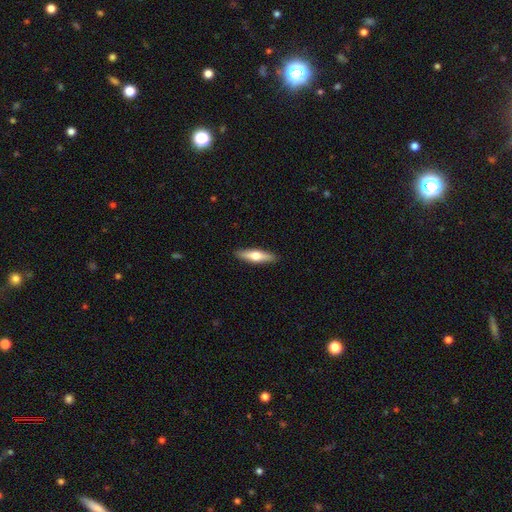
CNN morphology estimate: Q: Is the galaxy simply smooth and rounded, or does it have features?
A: smooth — 52%.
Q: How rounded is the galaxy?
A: cigar-shaped — 72%.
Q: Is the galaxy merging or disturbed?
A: none — 91%.